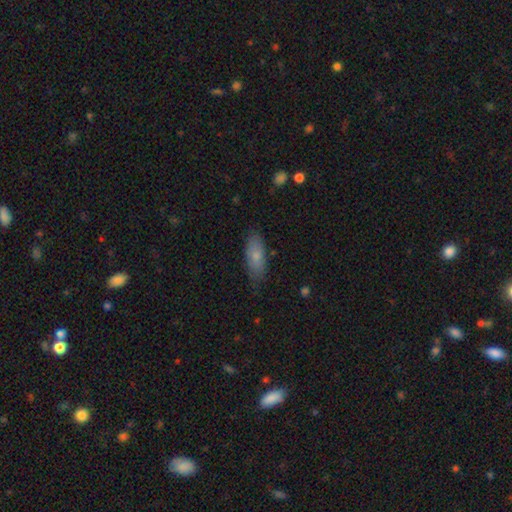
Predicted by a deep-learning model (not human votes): Smooth or featured: smooth — 77% (featured or disk — 17%)
How rounded: in between — 77% (cigar-shaped — 21%)
Merging: none — 75% (minor disturbance — 19%)